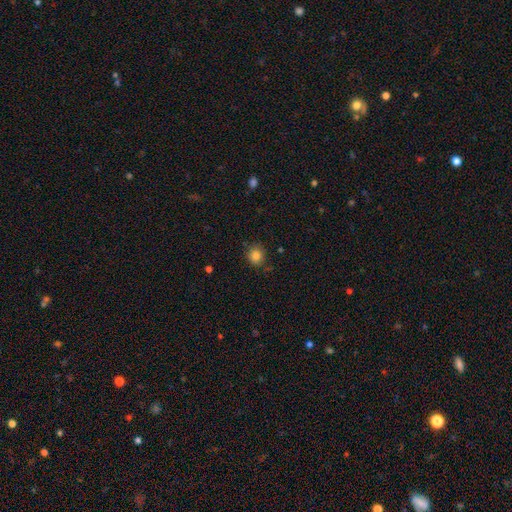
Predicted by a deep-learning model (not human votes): The model was most divided on "merging": none: 79%, minor disturbance: 16%, major disturbance: 4%, merger: 2%. More confident: smooth or featured — smooth (84%); how rounded — round (81%).